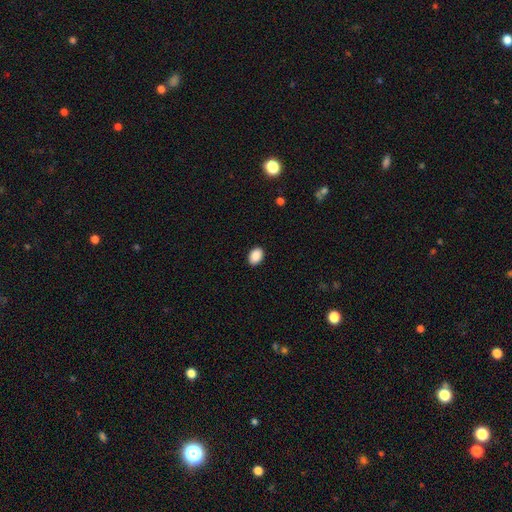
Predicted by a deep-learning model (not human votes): The model was most divided on "how rounded": in between: 78%, round: 21%, cigar-shaped: 1%. More confident: merging — none (90%); smooth or featured — smooth (90%).